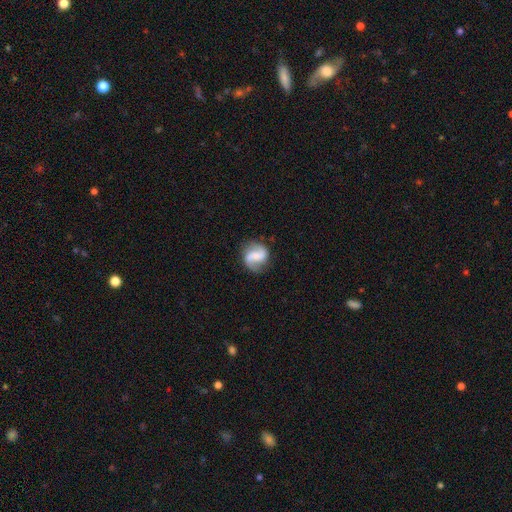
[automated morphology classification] This appears to be a featured or disk galaxy (74%) with a weak bar (43%), 2 (89%) loose (49%) spiral arms (94%) and no central bulge (33%). Merging: none (78%).